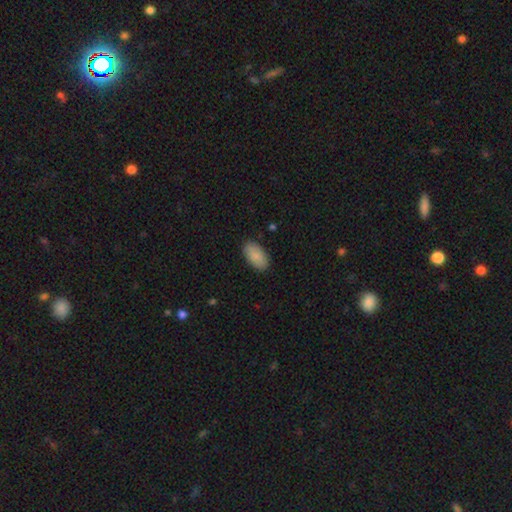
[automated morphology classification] Smooth or featured? Predicted: smooth (p=0.89). How rounded? Predicted: in between (p=0.95). Merging? Predicted: none (p=0.87).